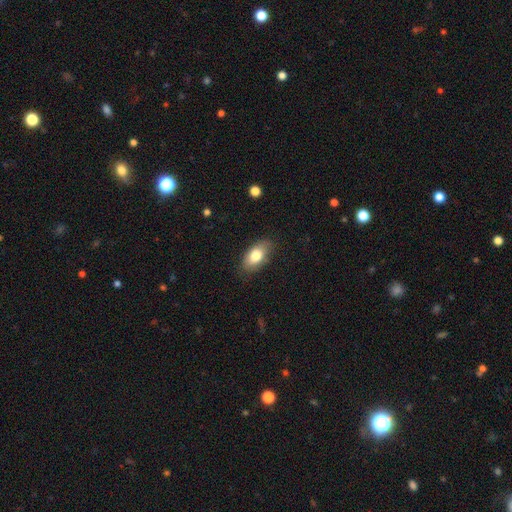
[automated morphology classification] smooth 78%, featured or disk 15%, star or artifact 7%. Down the decision tree: how rounded — in between (90%); merging — none (80%).